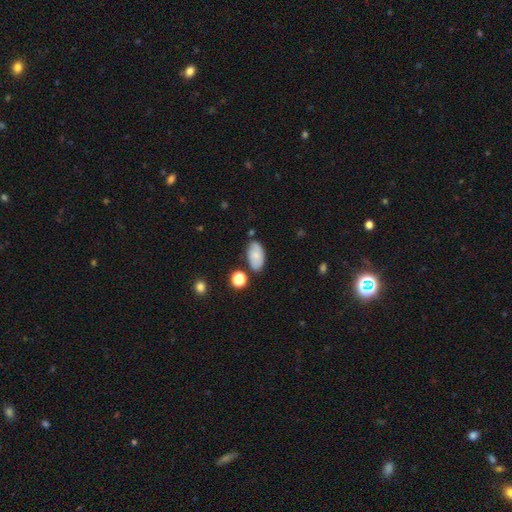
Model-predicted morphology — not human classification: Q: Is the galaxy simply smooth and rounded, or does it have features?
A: smooth — 72%.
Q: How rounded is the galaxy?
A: in between — 93%.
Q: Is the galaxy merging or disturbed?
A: none — 73%.